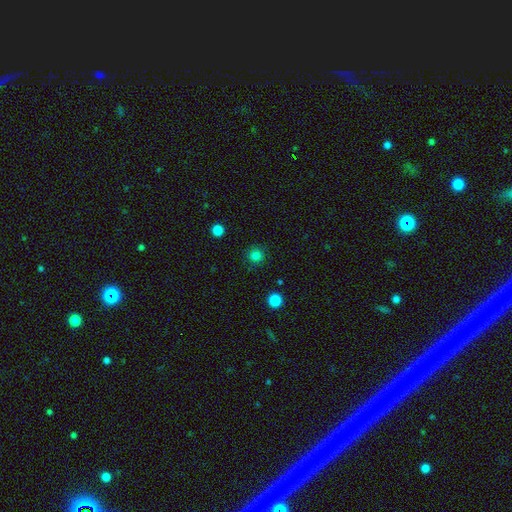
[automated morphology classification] The model was most divided on "smooth or featured": smooth: 82%, star or artifact: 14%, featured or disk: 4%. More confident: how rounded — round (95%); merging — none (90%).